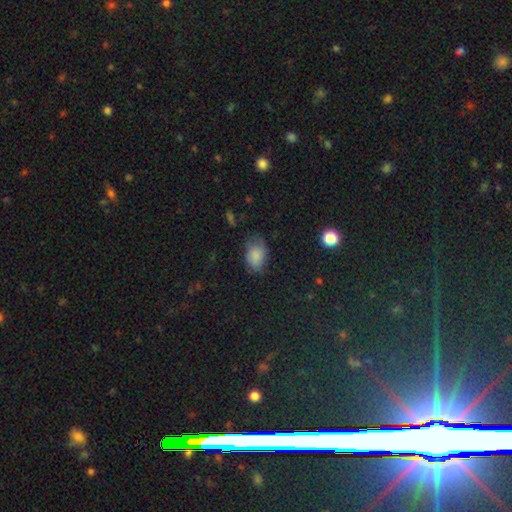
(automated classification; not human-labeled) Q: Smooth or featured?
A: smooth (78%); runner-up: featured or disk (11%)
Q: How rounded?
A: in between (83%); runner-up: round (16%)
Q: Merging?
A: none (62%); runner-up: minor disturbance (27%)